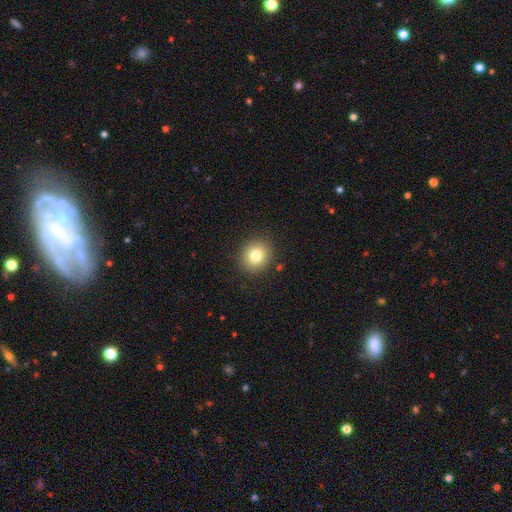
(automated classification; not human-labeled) Smooth or featured: smooth — 80% (star or artifact — 11%)
How rounded: round — 87% (in between — 12%)
Merging: none — 89% (minor disturbance — 7%)